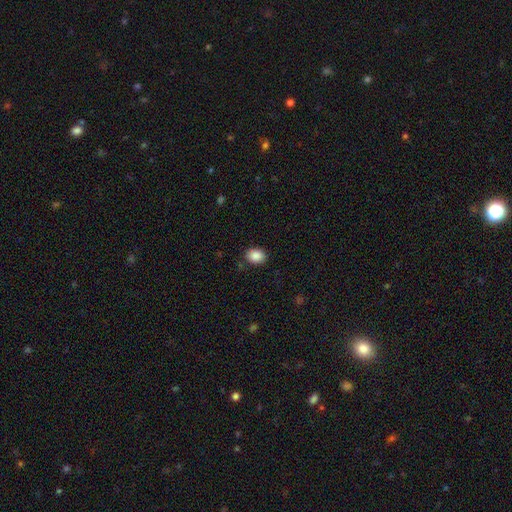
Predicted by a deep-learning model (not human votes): Smooth or featured? Predicted: smooth (p=0.88). How rounded? Predicted: in between (p=0.63). Merging? Predicted: none (p=0.85).